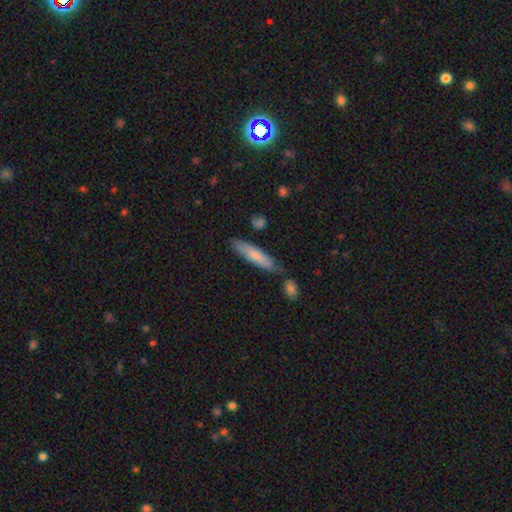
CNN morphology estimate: This is likely a smooth galaxy (74%). How rounded: likely cigar-shaped (80%). Merging: likely none (72%).